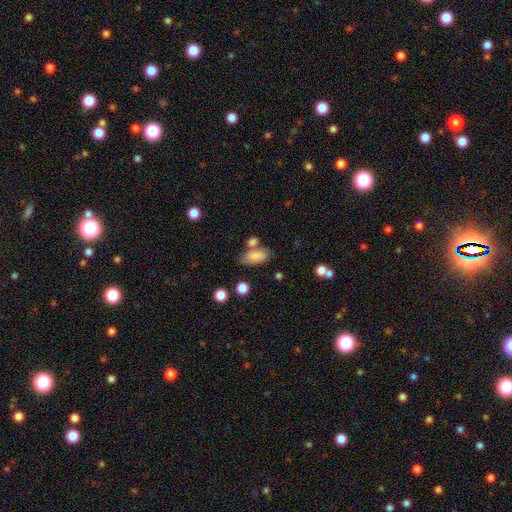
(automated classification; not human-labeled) Smooth or featured? Predicted: smooth (p=0.83). How rounded? Predicted: in between (p=0.88). Merging? Predicted: none (p=0.55).